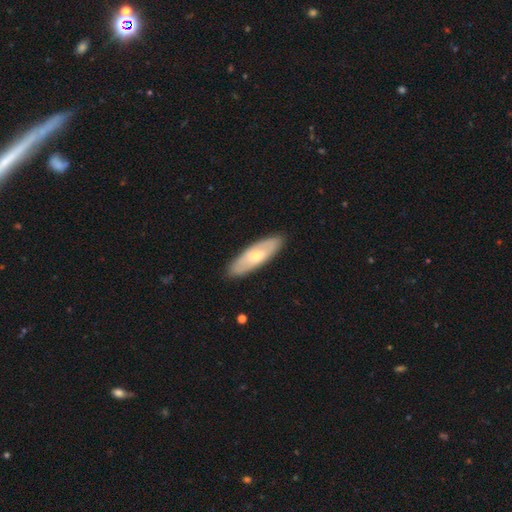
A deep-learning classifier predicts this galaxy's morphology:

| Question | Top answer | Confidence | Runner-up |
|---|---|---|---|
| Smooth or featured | smooth | 55% | featured or disk (40%) |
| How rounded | in between | 55% | cigar-shaped (43%) |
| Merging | none | 88% | minor disturbance (9%) |